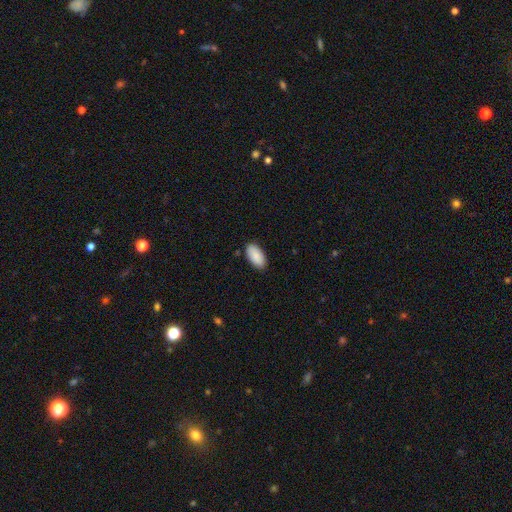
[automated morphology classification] A smooth galaxy with no disk features (89%) that is in between round and cigar-shaped (95%). Merging: none (87%).